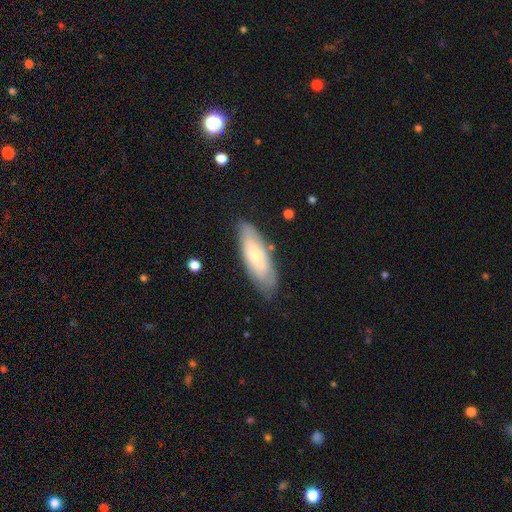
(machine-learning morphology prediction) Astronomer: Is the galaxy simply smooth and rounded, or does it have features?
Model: smooth — 57% (runner-up: featured or disk, 37%).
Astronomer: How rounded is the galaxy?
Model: in between — 66%.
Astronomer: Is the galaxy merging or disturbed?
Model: none — 77%.